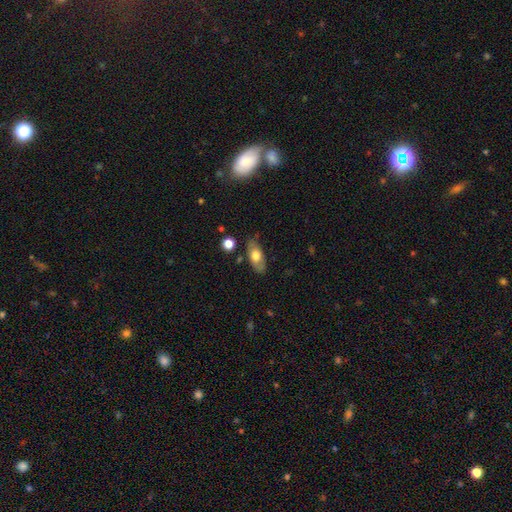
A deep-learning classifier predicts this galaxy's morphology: smooth_or_featured: smooth (p=0.63) [alt: featured or disk p=0.30]
how_rounded: in between (p=0.86) [alt: cigar-shaped p=0.10]
merging: none (p=0.76) [alt: minor disturbance p=0.17]